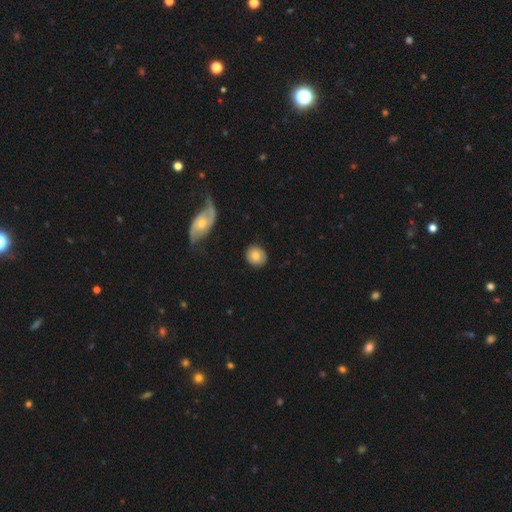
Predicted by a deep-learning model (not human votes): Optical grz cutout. It shows a smooth galaxy with no disk features (77%) that is round (73%). Merging: none (86%).